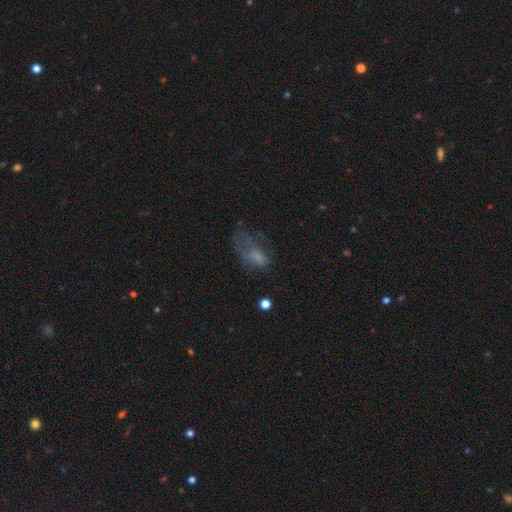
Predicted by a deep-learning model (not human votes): This appears to be a smooth galaxy with no disk features (54%) that is in between round and cigar-shaped (84%). Merging: major disturbance (44%).